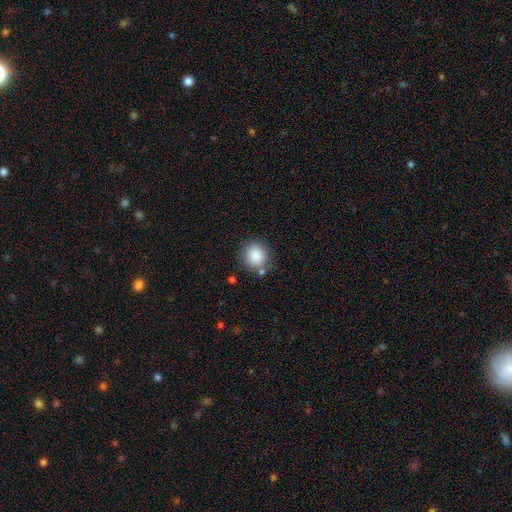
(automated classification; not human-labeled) Overall: smooth (87%). How rounded: round (89%). Merging: none (78%).